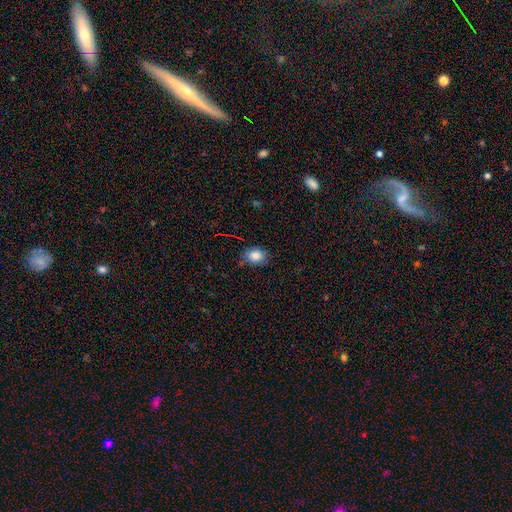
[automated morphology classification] smooth 83%, star or artifact 10%, featured or disk 7%. Down the decision tree: how rounded — in between (64%); merging — none (74%).